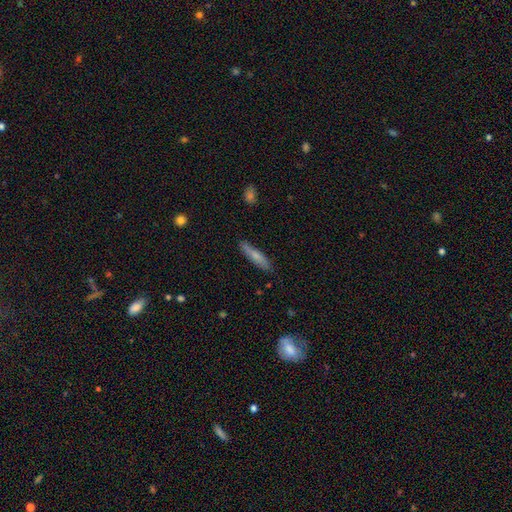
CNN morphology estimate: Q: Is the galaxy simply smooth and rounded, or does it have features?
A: smooth — 71%.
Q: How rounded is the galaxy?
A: cigar-shaped — 85%.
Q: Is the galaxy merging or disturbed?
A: none — 82%.